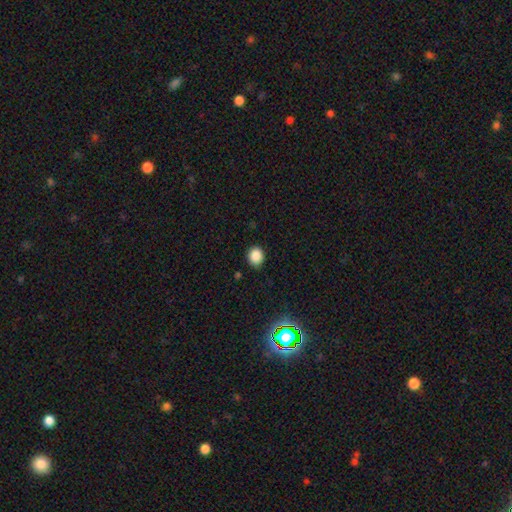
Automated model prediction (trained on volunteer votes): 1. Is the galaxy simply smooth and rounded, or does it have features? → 85% smooth, 11% star or artifact, 3% featured or disk.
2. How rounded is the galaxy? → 69% round, 31% in between, 1% cigar-shaped.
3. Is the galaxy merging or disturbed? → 87% none, 9% minor disturbance, 2% major disturbance, 1% merger.